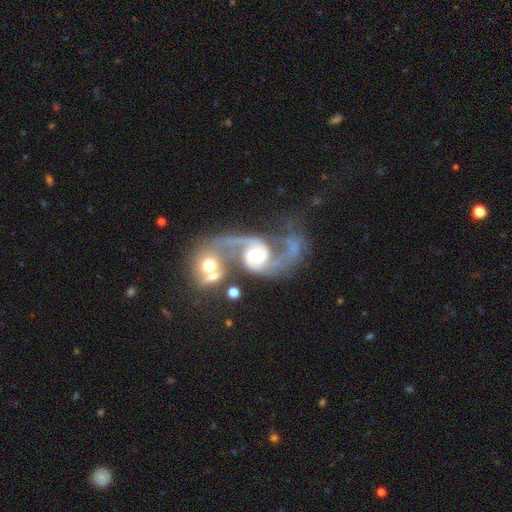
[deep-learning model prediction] A featured or disk galaxy (90%) with no bar (53%), 2 (91%) medium (47%) spiral arms (97%) and a moderate central bulge (56%). Merging: merger (51%).